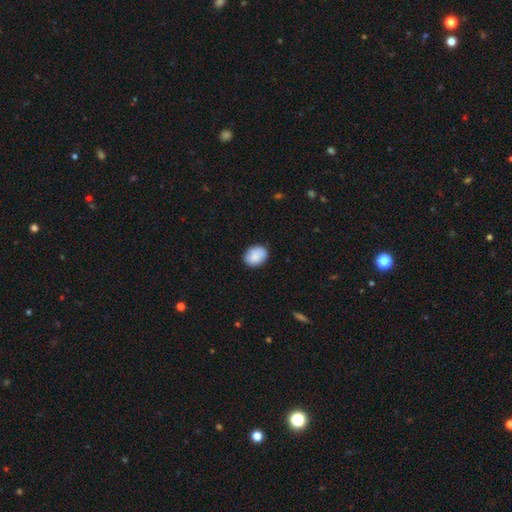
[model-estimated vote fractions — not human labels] A smooth galaxy with no disk features (87%) that is in between round and cigar-shaped (57%).

Vote fractions:
- Smooth or featured? smooth: 87% / star or artifact: 7% / featured or disk: 6%
- How rounded? in between: 57% / round: 42% / cigar-shaped: 1%
- Merging? none: 85% / minor disturbance: 12% / major disturbance: 2% / merger: 1%